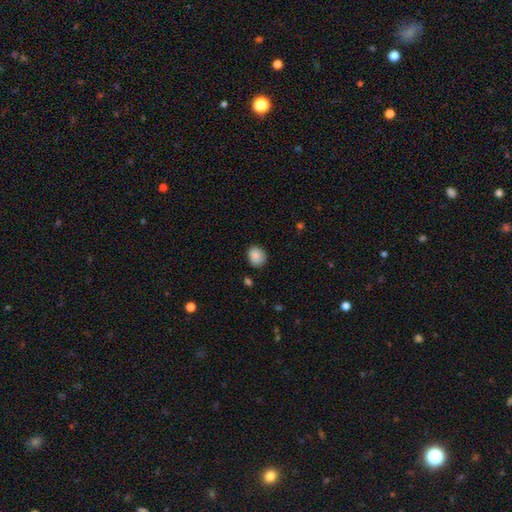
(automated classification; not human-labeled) A smooth galaxy with no disk features (87%) that is round (66%).

Vote fractions:
- Smooth or featured? smooth: 87% / star or artifact: 8% / featured or disk: 5%
- How rounded? round: 66% / in between: 33% / cigar-shaped: 1%
- Merging? none: 78% / minor disturbance: 17% / major disturbance: 3% / merger: 2%